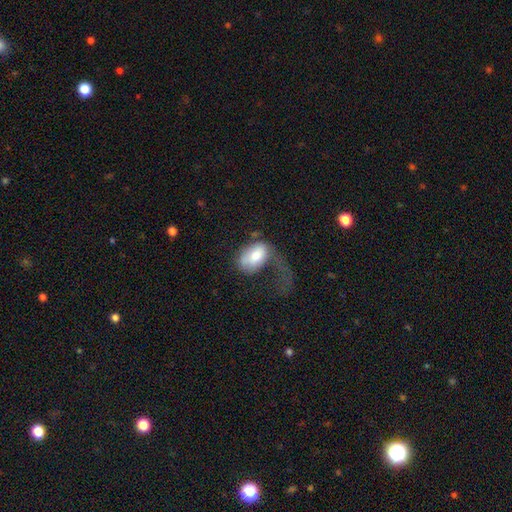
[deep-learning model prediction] A smooth galaxy with no disk features (68%) that is in between round and cigar-shaped (87%). Merging: major disturbance (61%).